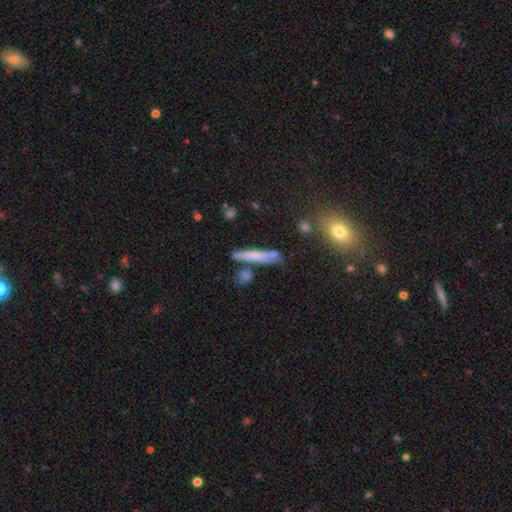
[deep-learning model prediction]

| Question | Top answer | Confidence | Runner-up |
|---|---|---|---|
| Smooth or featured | smooth | 56% | featured or disk (35%) |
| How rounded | cigar-shaped | 89% | in between (8%) |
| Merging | none | 70% | minor disturbance (15%) |